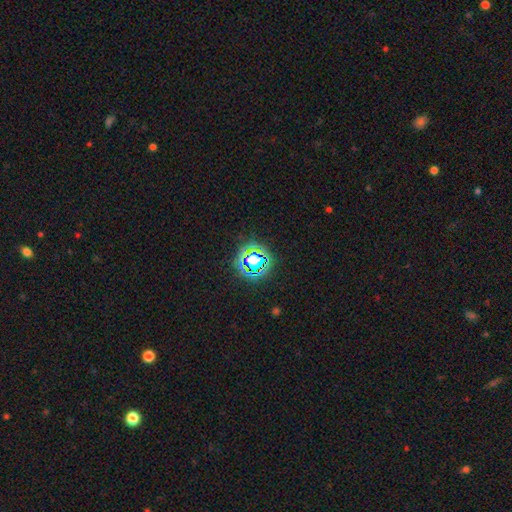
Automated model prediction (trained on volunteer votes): A star or artifact, not a galaxy (65%).